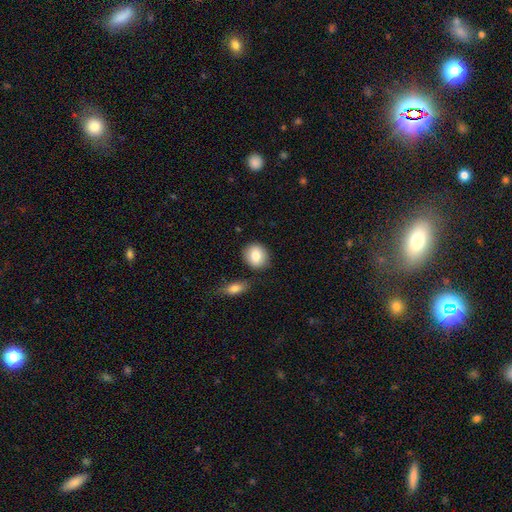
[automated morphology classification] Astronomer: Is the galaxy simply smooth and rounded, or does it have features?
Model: smooth — 82%.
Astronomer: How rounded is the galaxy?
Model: round — 70%.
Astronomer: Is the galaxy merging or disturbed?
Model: none — 80%.